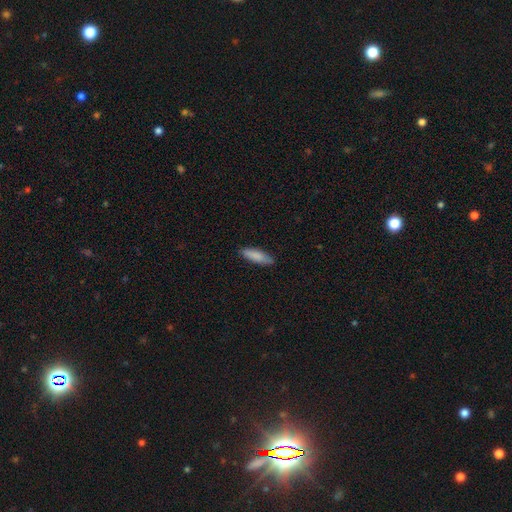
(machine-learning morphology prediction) Smooth or featured? Predicted: smooth (p=0.85). How rounded? Predicted: cigar-shaped (p=0.57). Merging? Predicted: none (p=0.85).